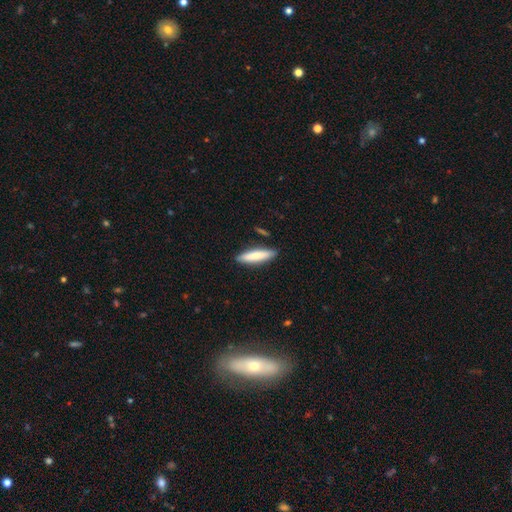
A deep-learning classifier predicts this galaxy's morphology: A smooth galaxy with no disk features (80%) that is cigar-shaped (77%).

Vote fractions:
- Smooth or featured? smooth: 80% / featured or disk: 14% / star or artifact: 5%
- How rounded? cigar-shaped: 77% / in between: 21% / round: 1%
- Merging? none: 87% / minor disturbance: 9% / merger: 2% / major disturbance: 2%